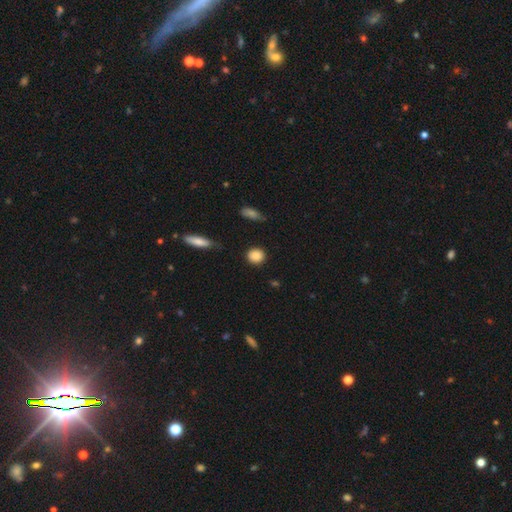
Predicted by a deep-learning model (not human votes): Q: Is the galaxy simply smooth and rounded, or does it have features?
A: smooth — 87%.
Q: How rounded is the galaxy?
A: round — 86%.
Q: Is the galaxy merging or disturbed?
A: none — 87%.